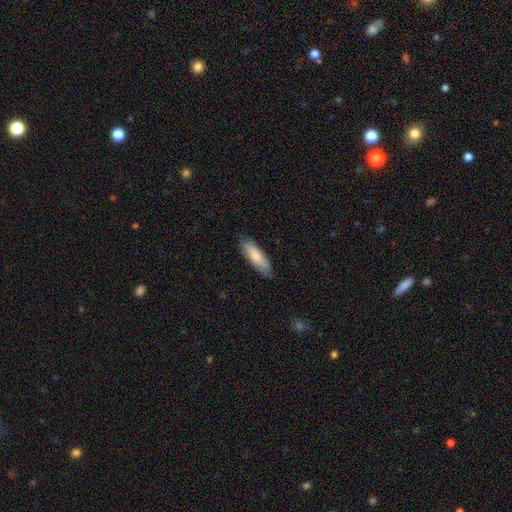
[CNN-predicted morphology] A smooth galaxy with no disk features (72%) that is in between round and cigar-shaped (56%). Merging: none (81%).